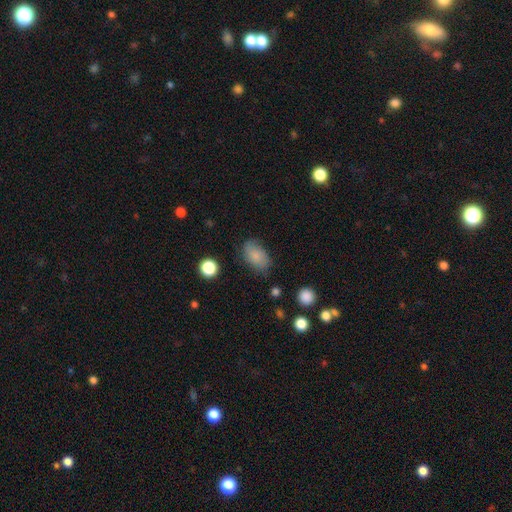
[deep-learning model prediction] This appears to be a smooth galaxy with no disk features (80%) that is in between round and cigar-shaped (89%). Merging: none (74%).